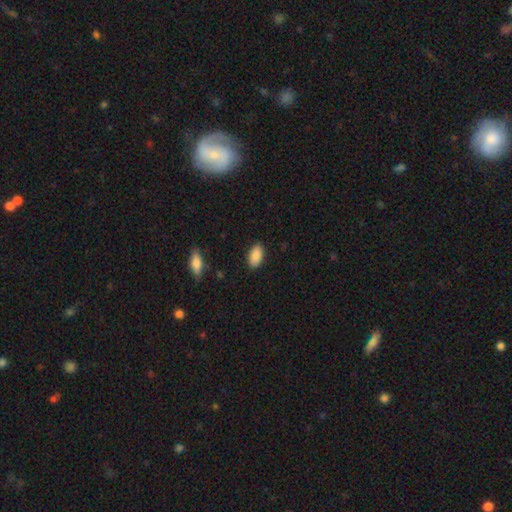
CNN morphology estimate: This appears to be a smooth galaxy with no disk features (89%) that is in between round and cigar-shaped (94%). Merging: none (88%).